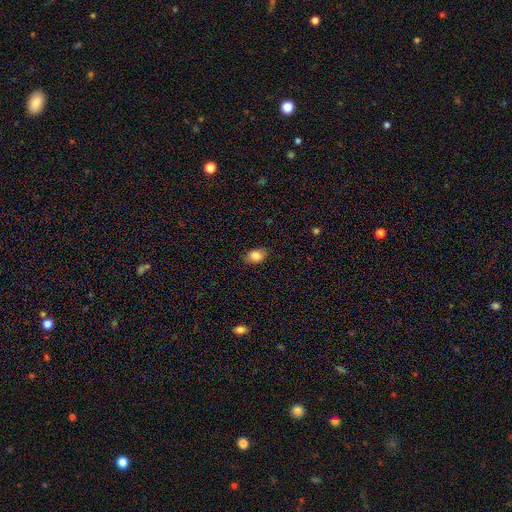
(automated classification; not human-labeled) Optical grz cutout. It shows a smooth galaxy with no disk features (85%) that is in between round and cigar-shaped (82%). Merging: none (79%).